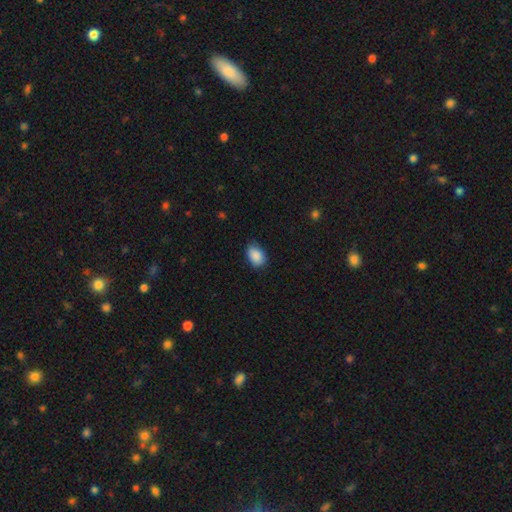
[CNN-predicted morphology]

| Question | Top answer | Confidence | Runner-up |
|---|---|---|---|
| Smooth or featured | smooth | 89% | star or artifact (7%) |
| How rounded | in between | 84% | round (14%) |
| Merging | none | 77% | minor disturbance (19%) |